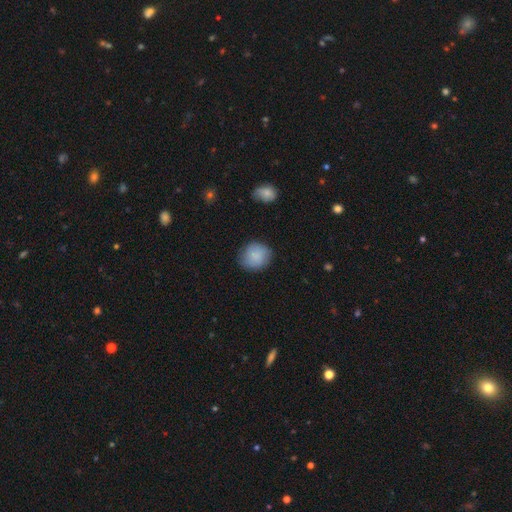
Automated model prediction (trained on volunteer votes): Morphology: type=smooth (87%); roundness=round (79%); merging=none (82%).